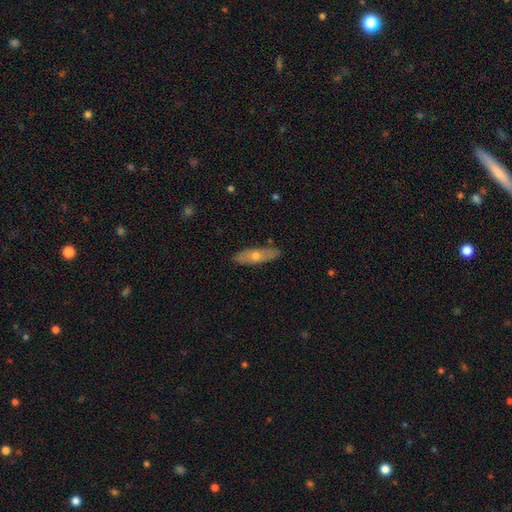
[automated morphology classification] Smooth or featured? Predicted: smooth (p=0.49). Merging? Predicted: none (p=0.87).